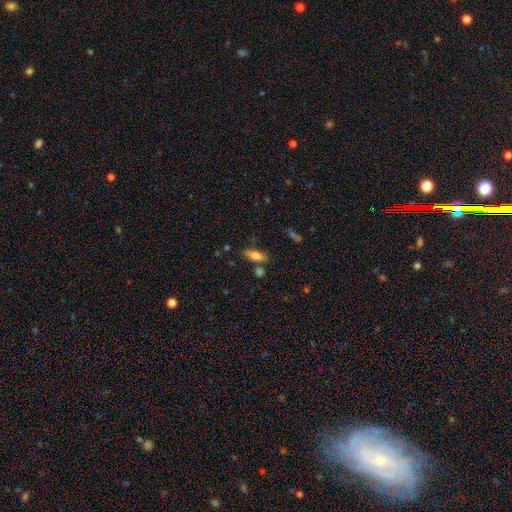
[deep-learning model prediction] smooth-or-featured: smooth: 69% | featured or disk: 23% | star or artifact: 8%
  how-rounded: in between: 63% | cigar-shaped: 34% | round: 3%
  merging: none: 76% | minor disturbance: 12% | merger: 8% | major disturbance: 3%